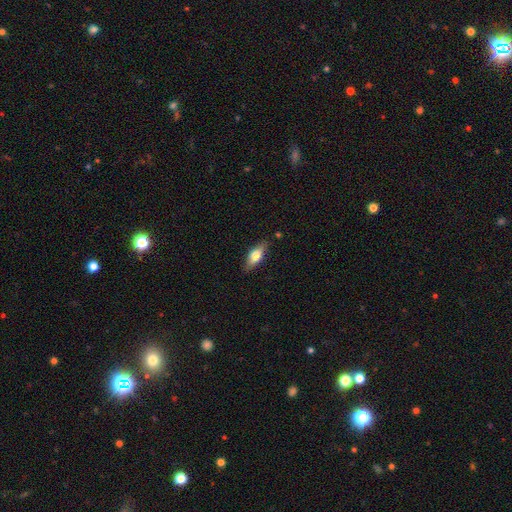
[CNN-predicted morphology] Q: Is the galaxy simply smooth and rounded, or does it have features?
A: smooth — 59%.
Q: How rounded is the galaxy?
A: in between — 65%.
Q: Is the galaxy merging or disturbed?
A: none — 84%.